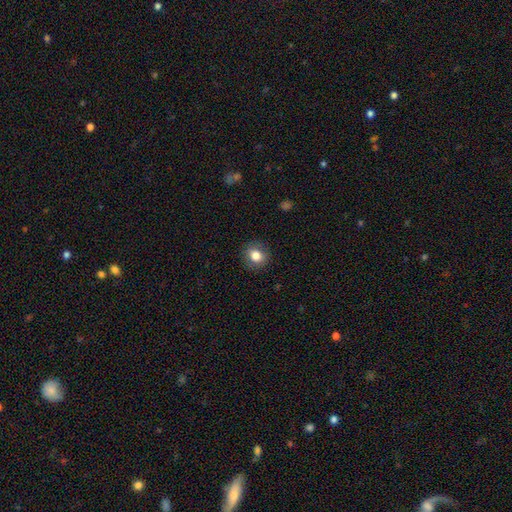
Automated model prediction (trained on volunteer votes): Smooth or featured? Predicted: smooth (p=0.81). How rounded? Predicted: round (p=0.72). Merging? Predicted: none (p=0.87).